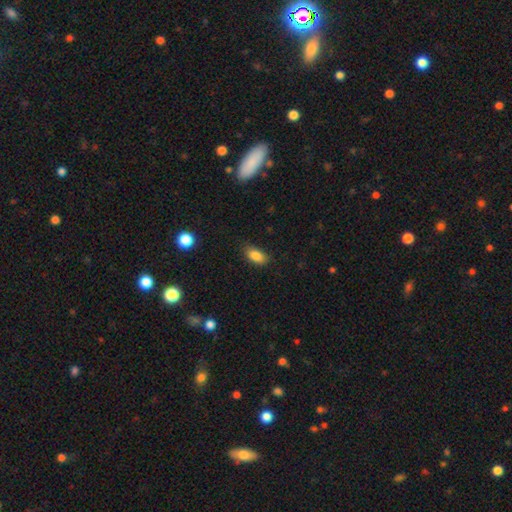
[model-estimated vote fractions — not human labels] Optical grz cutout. It shows a smooth galaxy with no disk features (85%) that is in between round and cigar-shaped (89%). Merging: none (79%).